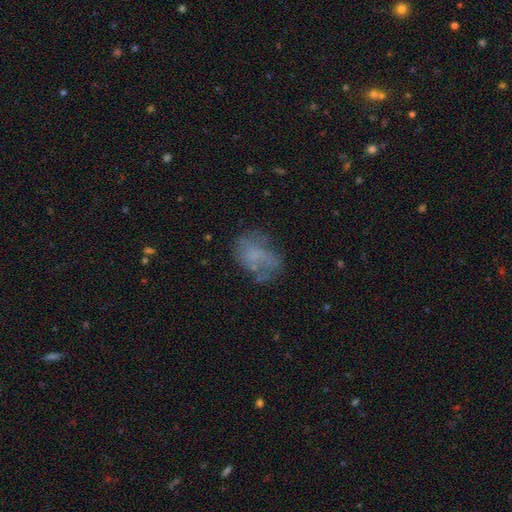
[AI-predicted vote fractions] smooth-or-featured: smooth: 49% | featured or disk: 37% | star or artifact: 14%
  merging: none: 46% | minor disturbance: 25% | major disturbance: 23% | merger: 6%